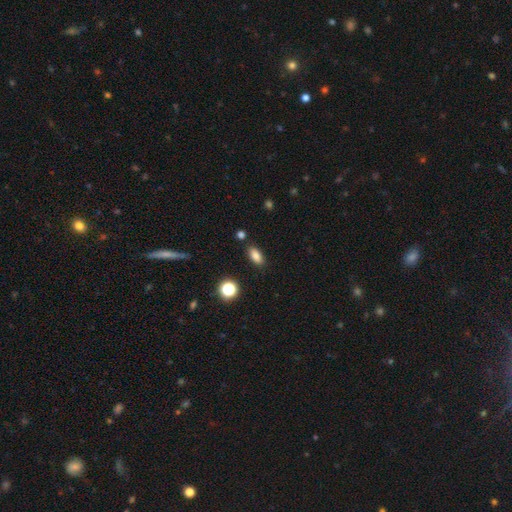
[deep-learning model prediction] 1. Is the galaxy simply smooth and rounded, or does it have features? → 82% smooth, 11% star or artifact, 7% featured or disk.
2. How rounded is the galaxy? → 83% in between, 10% cigar-shaped, 6% round.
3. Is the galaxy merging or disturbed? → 85% none, 9% minor disturbance, 3% merger, 2% major disturbance.